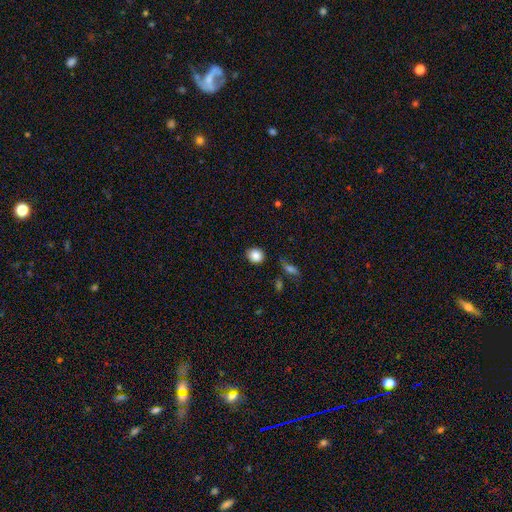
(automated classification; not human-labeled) Smooth or featured?
  - smooth: 86% *
  - star or artifact: 9%
  - featured or disk: 5%
How rounded?
  - round: 73% *
  - in between: 26%
  - cigar-shaped: 1%
Merging?
  - none: 87% *
  - minor disturbance: 8%
  - major disturbance: 2%
  - merger: 2%